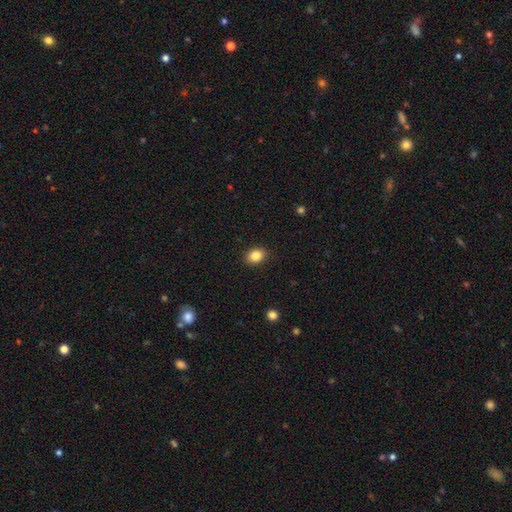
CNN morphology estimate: Overall: smooth (85%). How rounded: in between (58%; round 41%). Merging: none (89%).